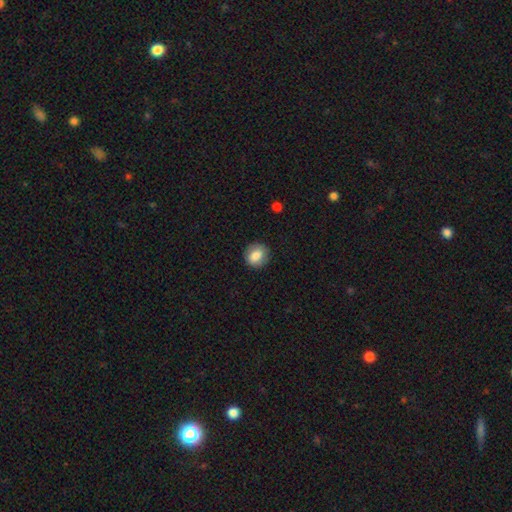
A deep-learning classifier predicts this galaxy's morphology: This appears to be a smooth galaxy with no disk features (83%) that is round (75%). Merging: none (87%).